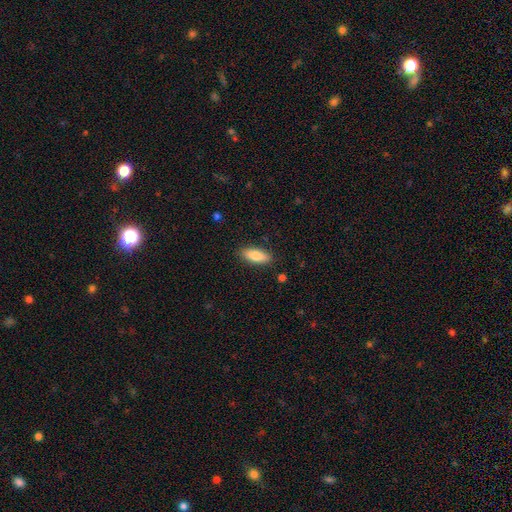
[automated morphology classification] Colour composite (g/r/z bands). It shows a smooth galaxy with no disk features (81%) that is in between round and cigar-shaped (74%). Merging: none (87%).